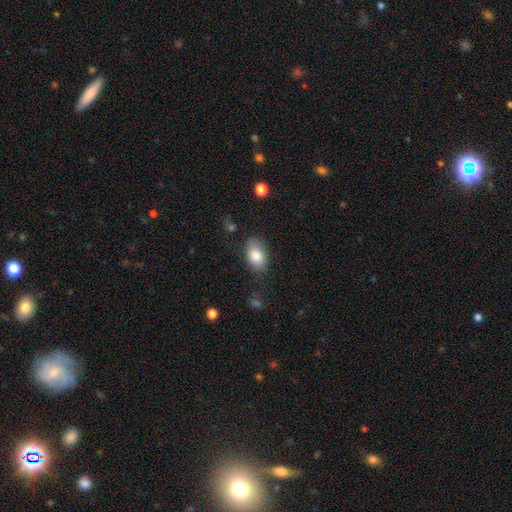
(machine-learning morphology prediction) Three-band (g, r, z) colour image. It shows a smooth galaxy with no disk features (83%) that is in between round and cigar-shaped (90%). Merging: none (78%).